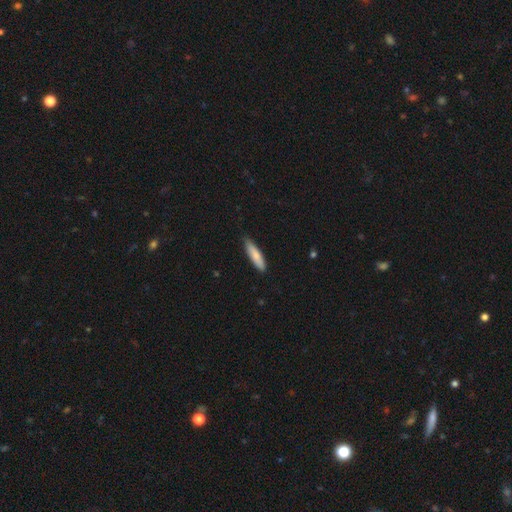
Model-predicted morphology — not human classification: Smooth or featured? Predicted: smooth (p=0.80). How rounded? Predicted: cigar-shaped (p=0.72). Merging? Predicted: none (p=0.79).